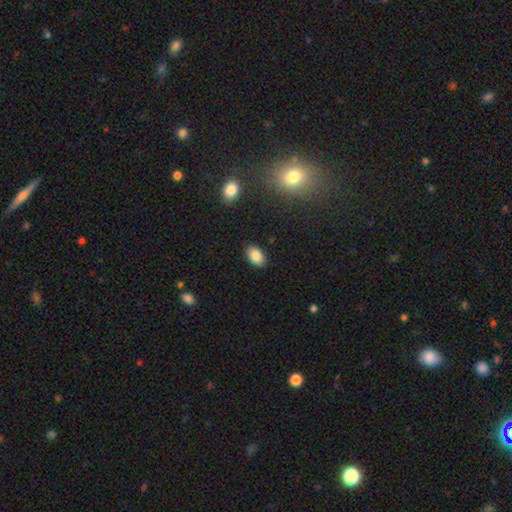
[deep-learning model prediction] A smooth galaxy with no disk features (86%) that is in between round and cigar-shaped (90%). Merging: none (88%).